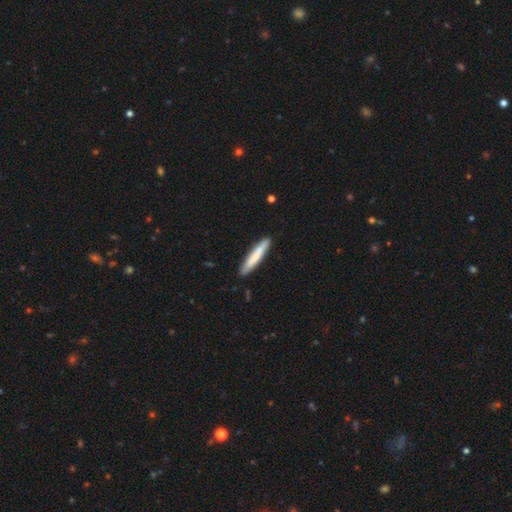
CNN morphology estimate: type=smooth (75%); roundness=cigar-shaped (93%); merging=none (87%).